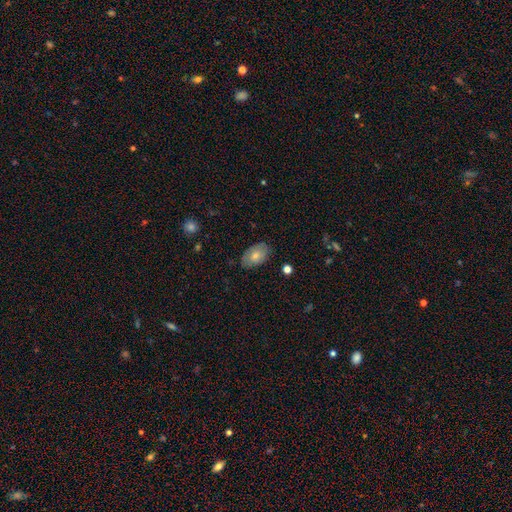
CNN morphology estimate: Smooth or featured? Predicted: smooth (p=0.70). How rounded? Predicted: in between (p=0.90). Merging? Predicted: none (p=0.79).